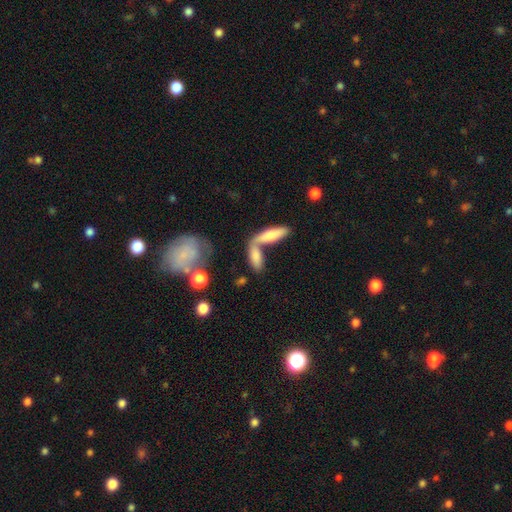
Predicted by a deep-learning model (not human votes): A smooth galaxy with no disk features (73%) that is in between round and cigar-shaped (60%). Merging: merger (55%).